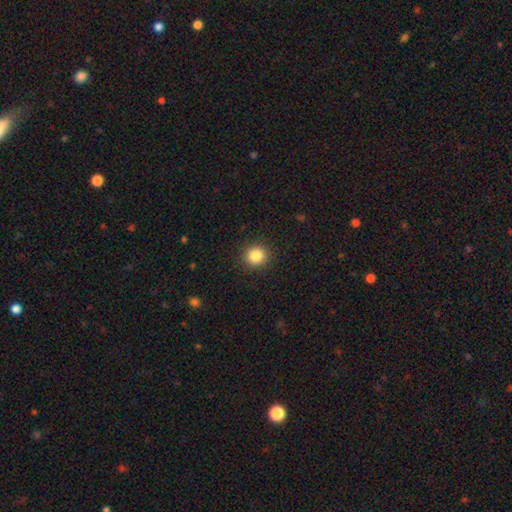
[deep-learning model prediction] Smooth or featured?
  - smooth: 85% *
  - star or artifact: 11%
  - featured or disk: 5%
How rounded?
  - round: 89% *
  - in between: 10%
  - cigar-shaped: 1%
Merging?
  - none: 91% *
  - minor disturbance: 6%
  - major disturbance: 2%
  - merger: 1%